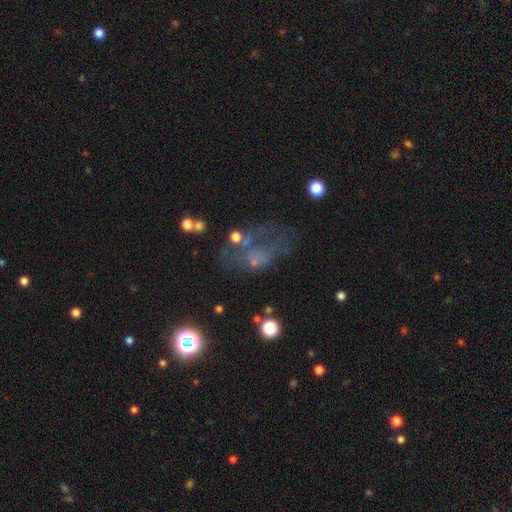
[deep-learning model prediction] A featured or disk galaxy (41%).

Vote fractions:
- Smooth or featured? featured or disk: 41% / smooth: 34% / star or artifact: 25%
- Merging? major disturbance: 37% / none: 34% / minor disturbance: 18% / merger: 10%